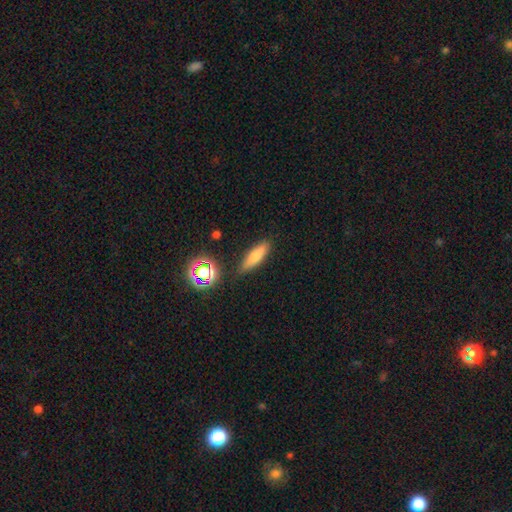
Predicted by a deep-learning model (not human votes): Overall: smooth (69%). How rounded: cigar-shaped (62%; in between 33%). Merging: none (85%).